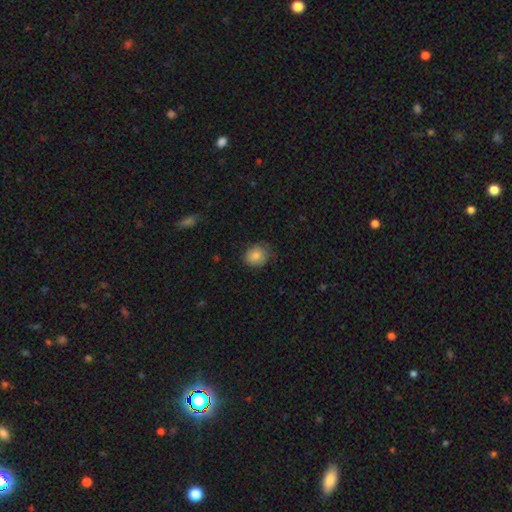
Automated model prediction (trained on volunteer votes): A smooth galaxy with no disk features (84%) that is round (70%). Merging: none (71%).